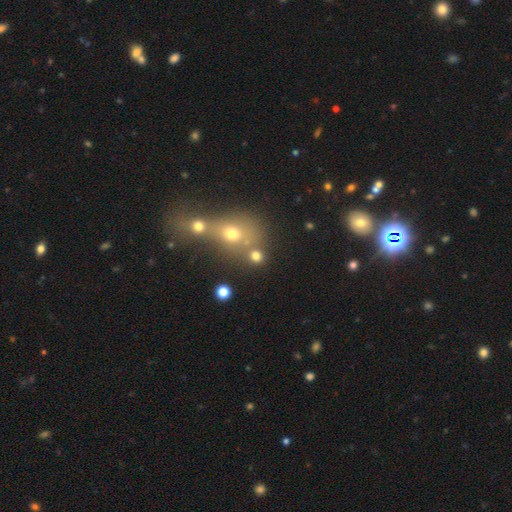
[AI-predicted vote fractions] Smooth or featured? Predicted: smooth (p=0.72). How rounded? Predicted: round (p=0.76). Merging? Predicted: none (p=0.53).